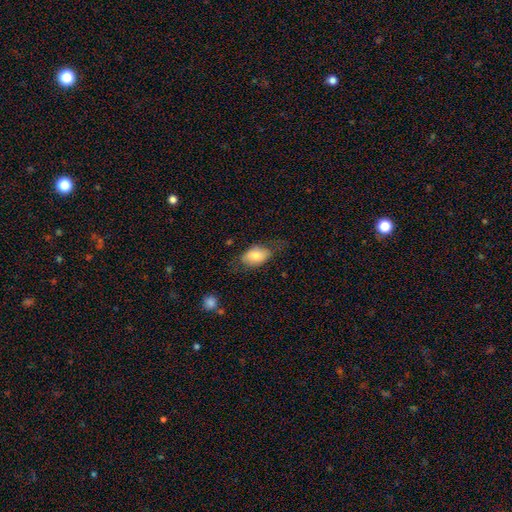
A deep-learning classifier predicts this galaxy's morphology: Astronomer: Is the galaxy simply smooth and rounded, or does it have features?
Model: smooth — 76%.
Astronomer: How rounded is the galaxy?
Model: in between — 89%.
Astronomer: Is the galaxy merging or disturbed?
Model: none — 62%.